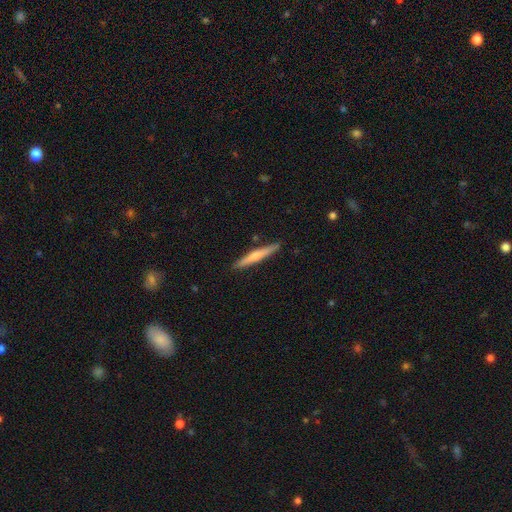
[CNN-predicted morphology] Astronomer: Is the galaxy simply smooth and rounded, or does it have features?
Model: smooth — 51% (runner-up: featured or disk, 44%).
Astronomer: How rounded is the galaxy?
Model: cigar-shaped — 95%.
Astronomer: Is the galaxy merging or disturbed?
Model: none — 89%.